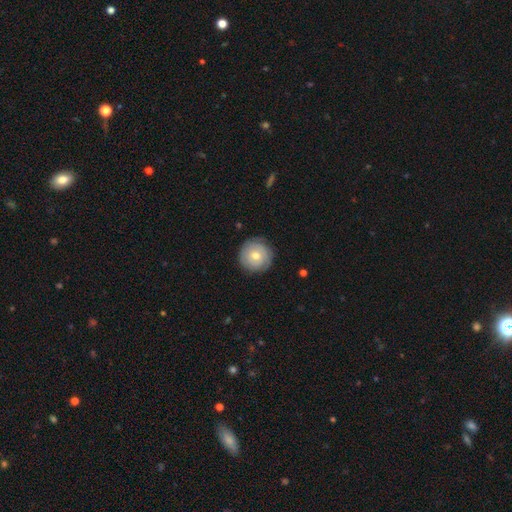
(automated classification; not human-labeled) Smooth or featured?
  - smooth: 56% *
  - featured or disk: 36%
  - star or artifact: 7%
How rounded?
  - round: 95% *
  - in between: 4%
  - cigar-shaped: 1%
Merging?
  - none: 86% *
  - minor disturbance: 11%
  - major disturbance: 3%
  - merger: 1%